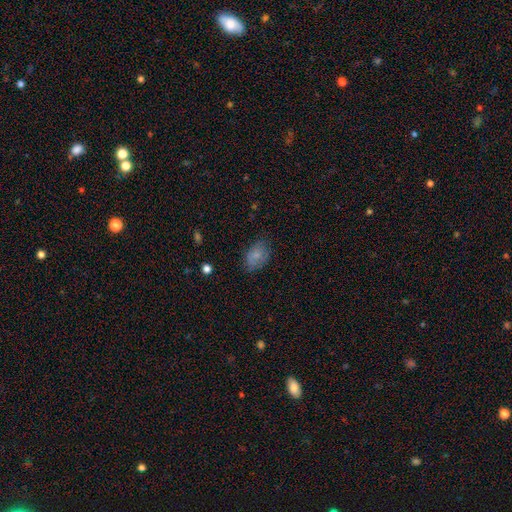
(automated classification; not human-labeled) Overall: smooth (74%). How rounded: in between (87%). Merging: none (72%).